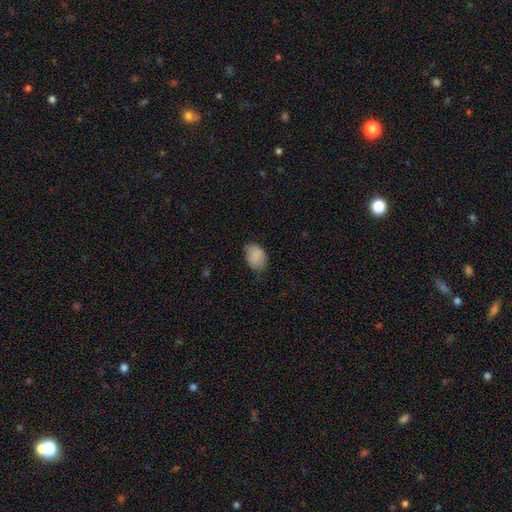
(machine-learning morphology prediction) A smooth galaxy with no disk features (88%) that is in between round and cigar-shaped (80%). Merging: none (71%).